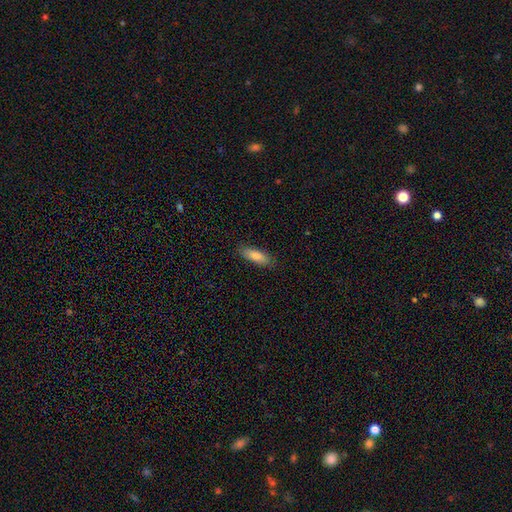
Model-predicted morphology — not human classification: smooth 82%, featured or disk 11%, star or artifact 6%. Down the decision tree: how rounded — in between (56%); merging — none (87%).